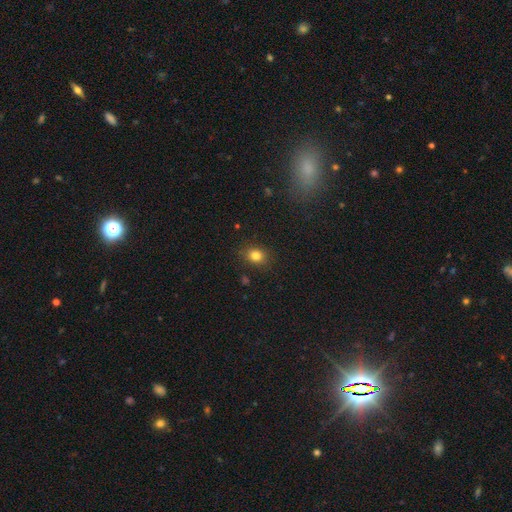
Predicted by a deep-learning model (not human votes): Overall: smooth (82%). How rounded: round (60%; in between 39%). Merging: none (86%).